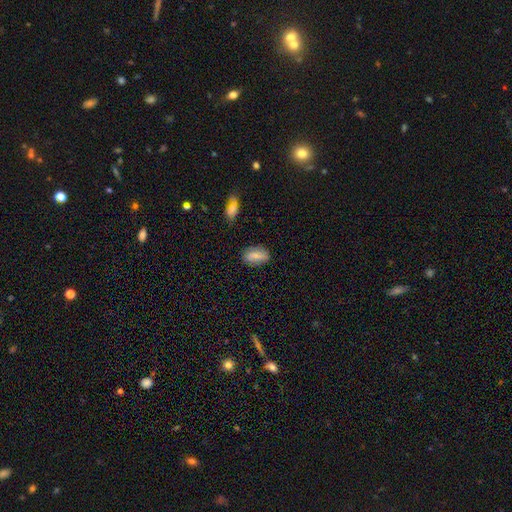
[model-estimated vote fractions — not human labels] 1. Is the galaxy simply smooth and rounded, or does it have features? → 76% smooth, 16% featured or disk, 8% star or artifact.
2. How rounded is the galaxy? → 89% in between, 6% cigar-shaped, 5% round.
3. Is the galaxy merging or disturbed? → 79% none, 16% minor disturbance, 3% major disturbance, 2% merger.